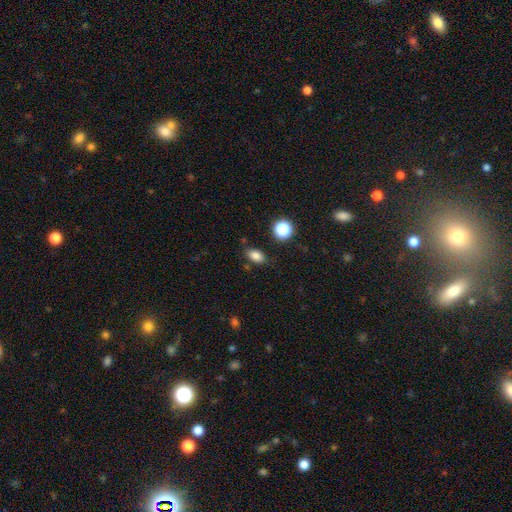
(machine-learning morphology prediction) smooth-or-featured: smooth: 82% | star or artifact: 12% | featured or disk: 6%
  how-rounded: in between: 82% | round: 17% | cigar-shaped: 2%
  merging: none: 79% | minor disturbance: 14% | merger: 4% | major disturbance: 4%